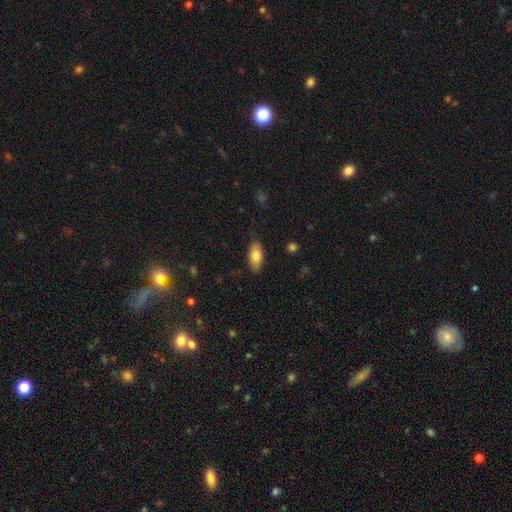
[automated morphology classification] smooth 80%, featured or disk 14%, star or artifact 7%. Down the decision tree: how rounded — in between (90%); merging — none (86%).